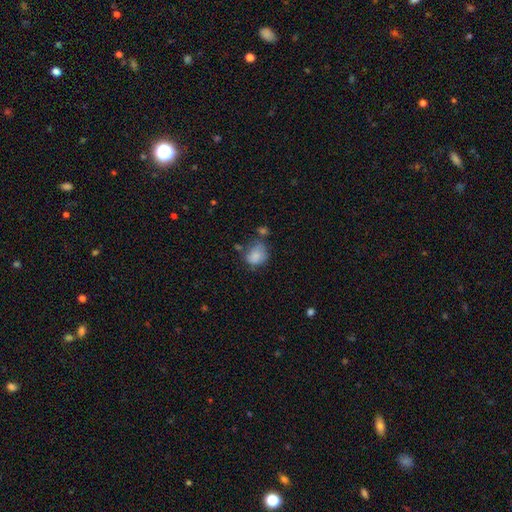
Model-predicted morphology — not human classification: A smooth galaxy with no disk features (81%) that is round (58%). Merging: none (46%).